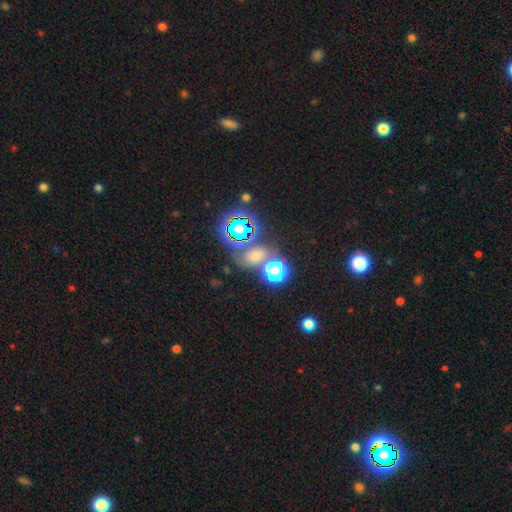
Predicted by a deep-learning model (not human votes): This is possibly a smooth galaxy (48%). Merging: possibly none (55%).